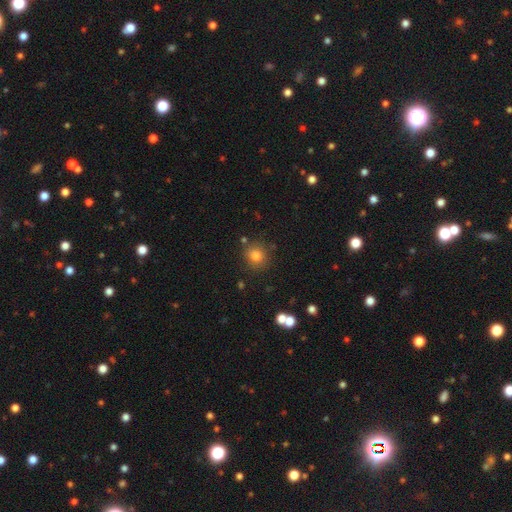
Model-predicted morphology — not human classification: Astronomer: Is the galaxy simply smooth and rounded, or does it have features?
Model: smooth — 80%.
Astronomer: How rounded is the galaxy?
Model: round — 87%.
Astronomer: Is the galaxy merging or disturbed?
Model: none — 83%.